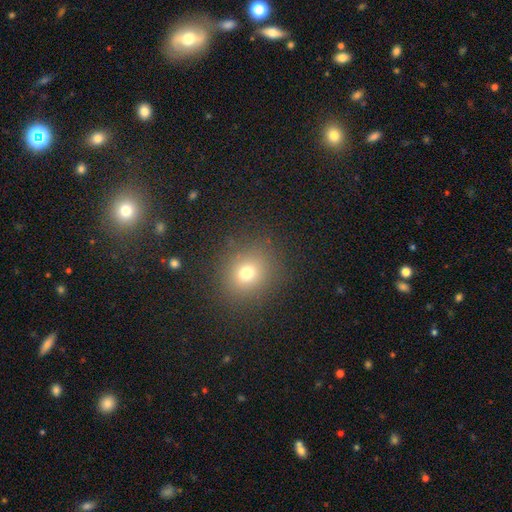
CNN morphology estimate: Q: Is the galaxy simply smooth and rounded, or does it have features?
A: smooth — 63%.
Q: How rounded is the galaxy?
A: round — 83%.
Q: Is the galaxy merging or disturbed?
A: none — 89%.